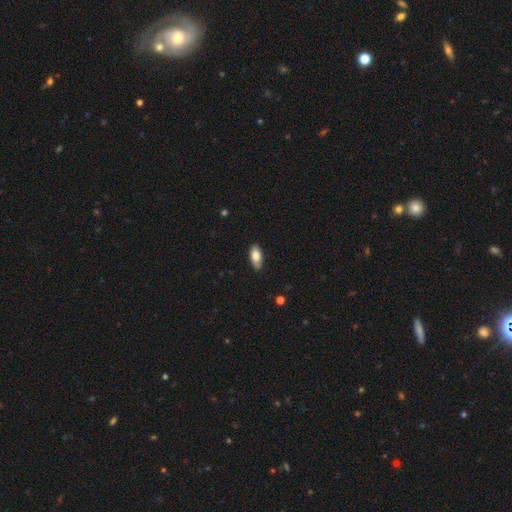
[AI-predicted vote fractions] smooth 79%, featured or disk 15%, star or artifact 6%. Down the decision tree: how rounded — in between (87%); merging — none (85%).